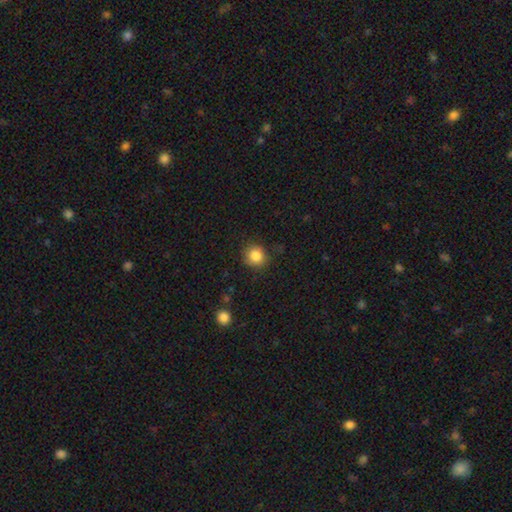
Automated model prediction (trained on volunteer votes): smooth_or_featured: smooth (p=0.85) [alt: star or artifact p=0.10]
how_rounded: round (p=0.87) [alt: in between p=0.12]
merging: none (p=0.84) [alt: minor disturbance p=0.12]